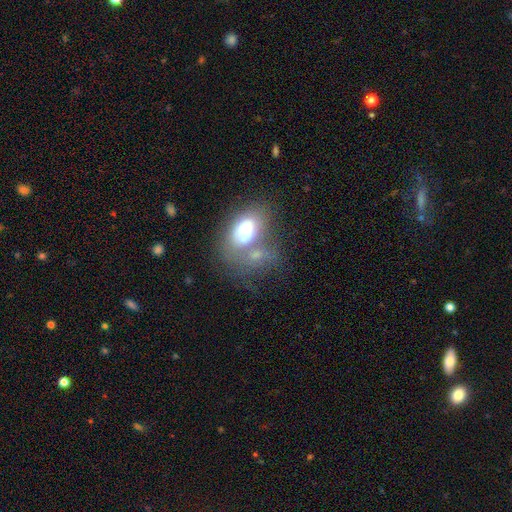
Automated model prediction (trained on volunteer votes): A smooth galaxy with no disk features (67%) that is in between round and cigar-shaped (83%). Merging: merger (45%).